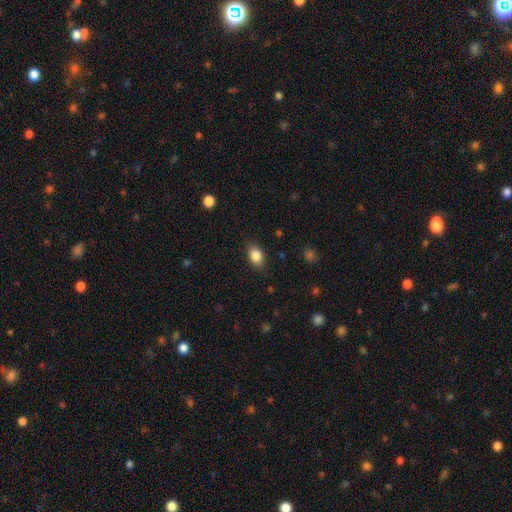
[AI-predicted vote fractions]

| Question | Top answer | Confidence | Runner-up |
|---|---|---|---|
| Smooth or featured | smooth | 85% | star or artifact (9%) |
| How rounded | in between | 77% | round (22%) |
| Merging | none | 85% | minor disturbance (11%) |